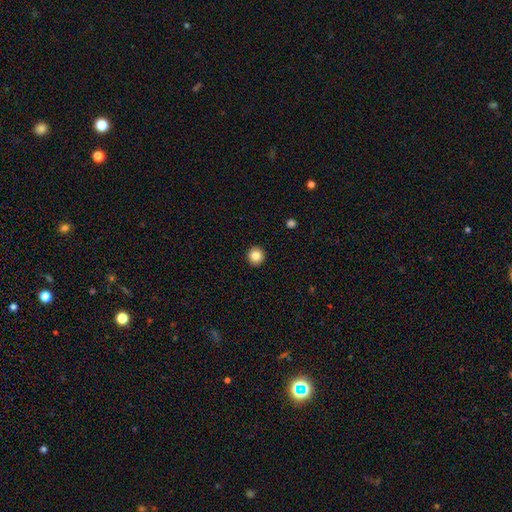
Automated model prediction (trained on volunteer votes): Overall: smooth (84%). How rounded: round (94%). Merging: none (93%).